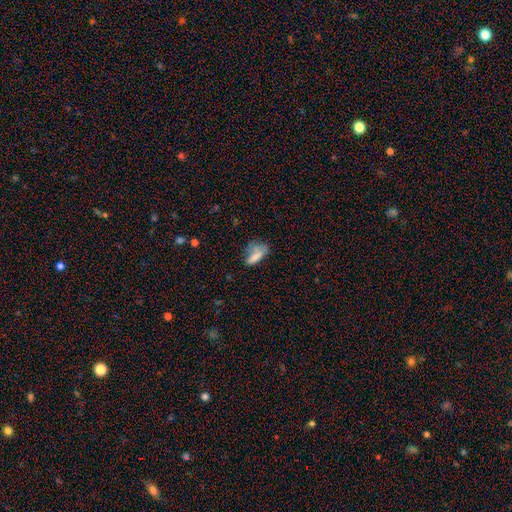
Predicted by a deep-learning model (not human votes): A smooth galaxy with no disk features (72%) that is in between round and cigar-shaped (69%). Merging: none (39%).